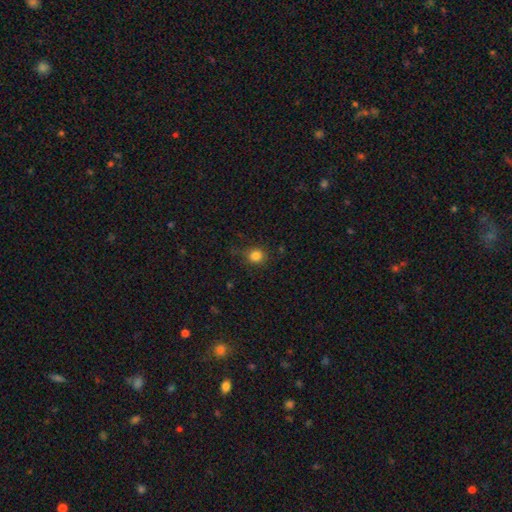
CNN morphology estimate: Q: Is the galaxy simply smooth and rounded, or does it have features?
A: smooth — 84%.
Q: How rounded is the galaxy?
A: round — 84%.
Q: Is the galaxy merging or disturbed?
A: none — 79%.